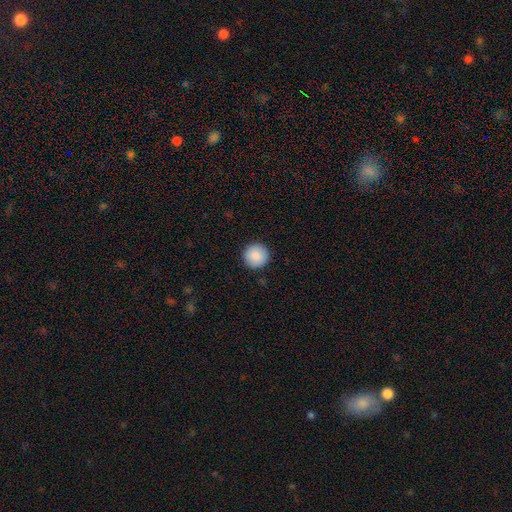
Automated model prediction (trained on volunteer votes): Smooth or featured: smooth — 88% (star or artifact — 7%)
How rounded: round — 96% (in between — 3%)
Merging: none — 92% (minor disturbance — 5%)